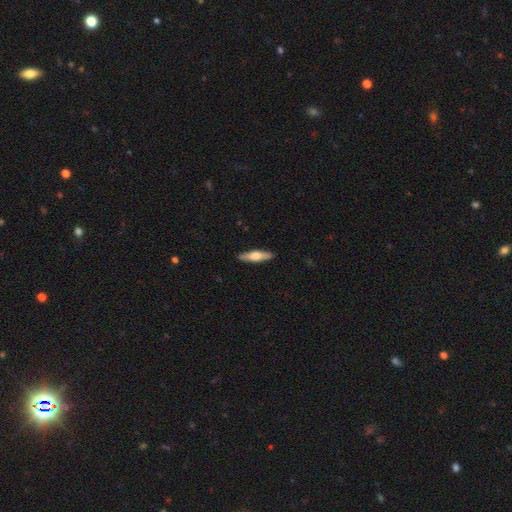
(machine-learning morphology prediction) Q: Smooth or featured?
A: smooth (54%); runner-up: featured or disk (41%)
Q: How rounded?
A: cigar-shaped (73%); runner-up: in between (25%)
Q: Merging?
A: none (89%); runner-up: minor disturbance (8%)